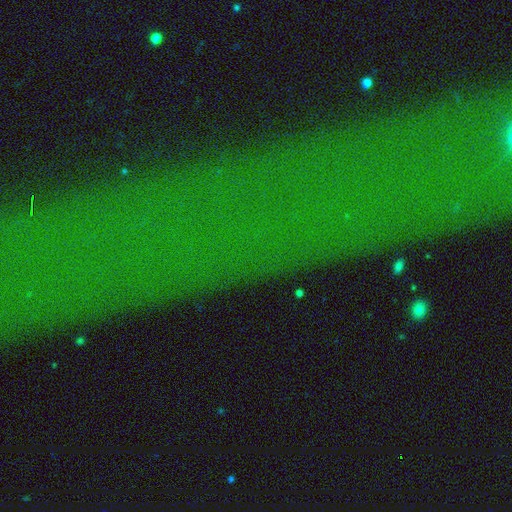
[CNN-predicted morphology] The model was most divided on "smooth or featured": star or artifact: 75%, featured or disk: 13%, smooth: 11%.